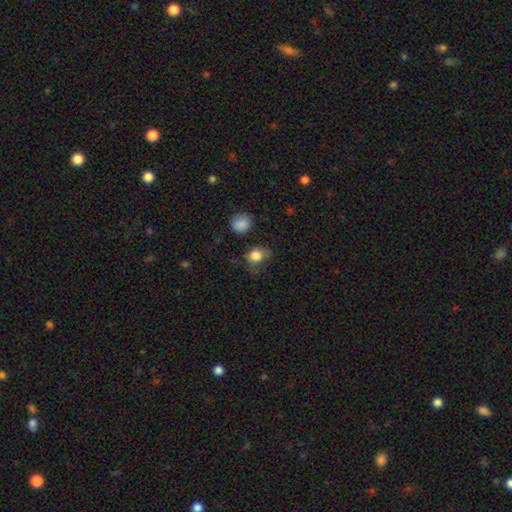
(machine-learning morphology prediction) Overall: smooth (82%). How rounded: round (64%; in between 35%). Merging: none (49%; minor disturbance 30%).